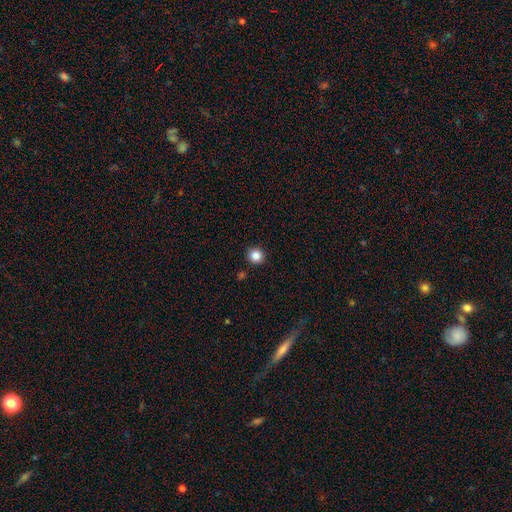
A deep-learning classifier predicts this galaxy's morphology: Overall: smooth (85%). How rounded: round (93%). Merging: none (92%).